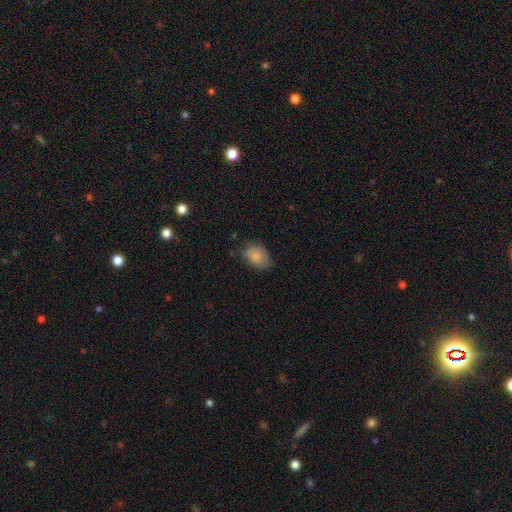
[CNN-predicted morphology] Smooth or featured? Predicted: smooth (p=0.84). How rounded? Predicted: in between (p=0.82). Merging? Predicted: none (p=0.68).